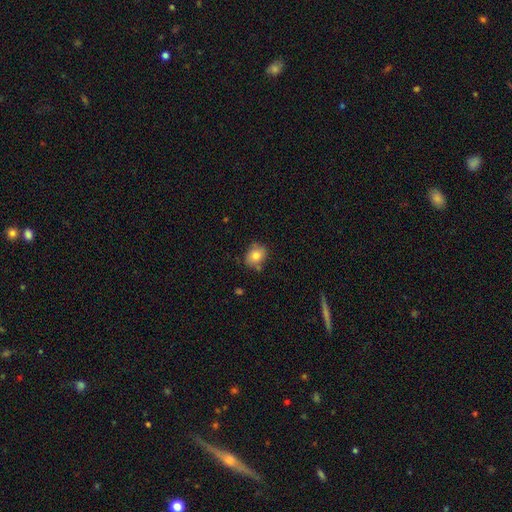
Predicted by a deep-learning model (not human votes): smooth 80%, featured or disk 10%, star or artifact 9%. Down the decision tree: how rounded — round (54%); merging — none (73%).